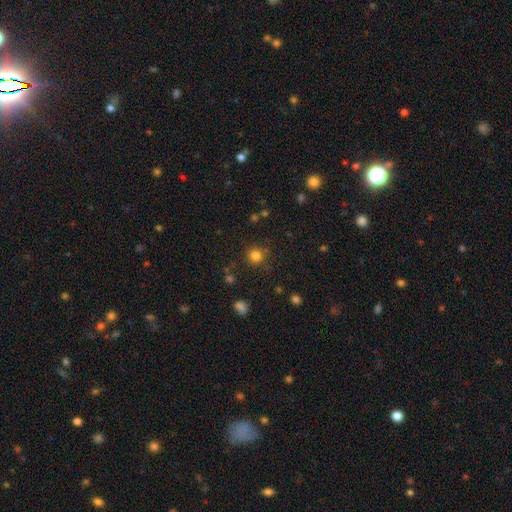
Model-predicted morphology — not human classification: The model was most divided on "smooth or featured": smooth: 81%, star or artifact: 14%, featured or disk: 5%. More confident: how rounded — round (93%); merging — none (85%).